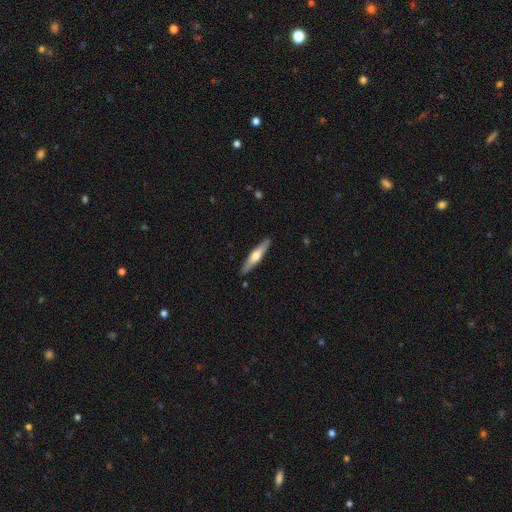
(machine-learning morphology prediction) This is possibly a featured or disk galaxy (52%). It is clearly viewed edge-on (94%). Merging: clearly none (90%).